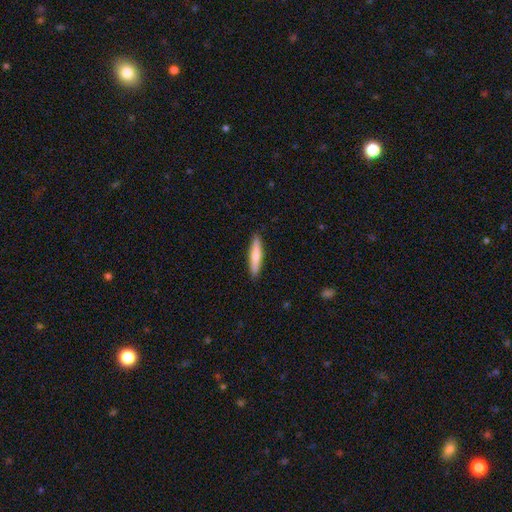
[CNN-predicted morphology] Smooth or featured? Predicted: smooth (p=0.72). How rounded? Predicted: cigar-shaped (p=0.88). Merging? Predicted: none (p=0.90).